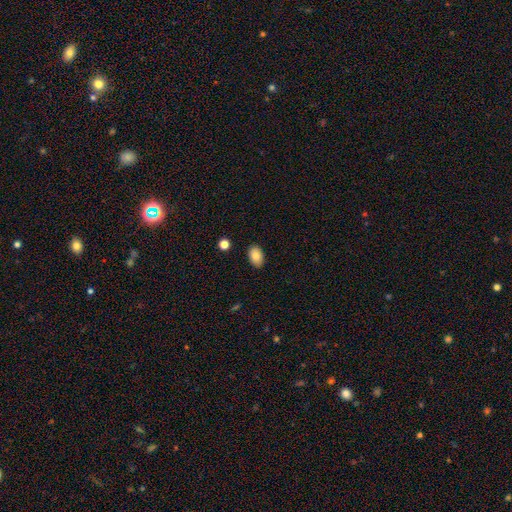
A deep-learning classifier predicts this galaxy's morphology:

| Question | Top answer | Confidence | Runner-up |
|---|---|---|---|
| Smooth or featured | smooth | 87% | star or artifact (8%) |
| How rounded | in between | 90% | round (9%) |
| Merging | none | 88% | minor disturbance (9%) |